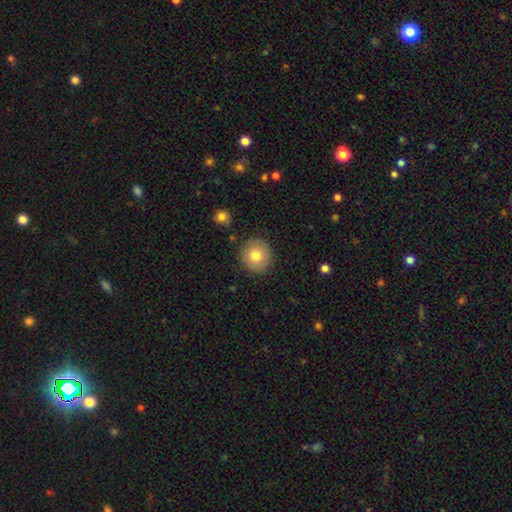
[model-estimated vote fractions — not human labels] A smooth galaxy with no disk features (79%) that is round (91%). Merging: none (88%).